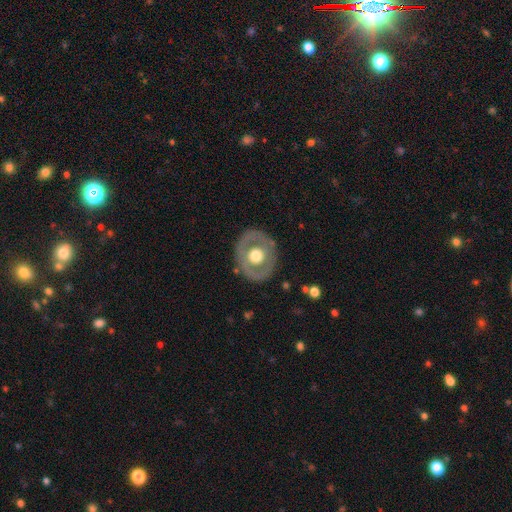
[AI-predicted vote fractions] This is possibly a featured or disk galaxy (56%). It is clearly not viewed edge-on (94%). Bar: clearly no (88%). Spiral arm pattern: clearly no (88%). Central bulge: possibly moderate (52%). Merging: clearly none (82%).